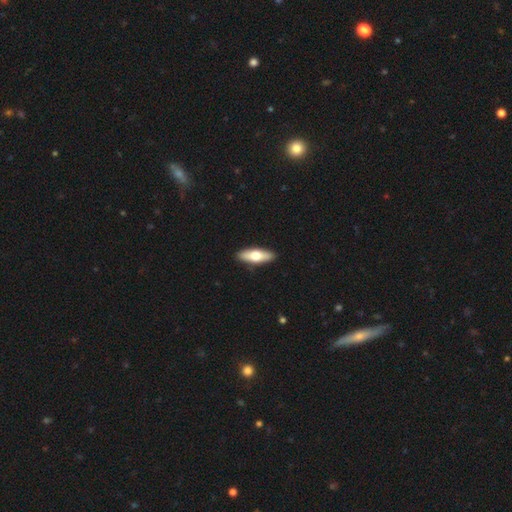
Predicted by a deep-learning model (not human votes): This appears to be a smooth galaxy with no disk features (58%) that is in between round and cigar-shaped (52%). Merging: none (91%).